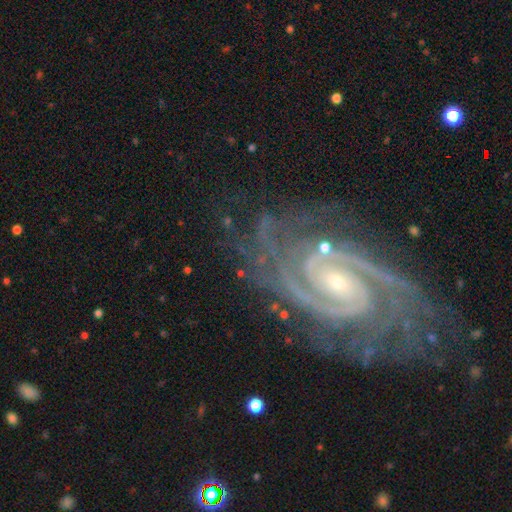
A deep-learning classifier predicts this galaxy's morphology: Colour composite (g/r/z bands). It shows a featured or disk galaxy (91%) with no bar (54%), 2 (62%) tight (70%) spiral arms (99%) and a small central bulge (70%). Merging: none (67%).